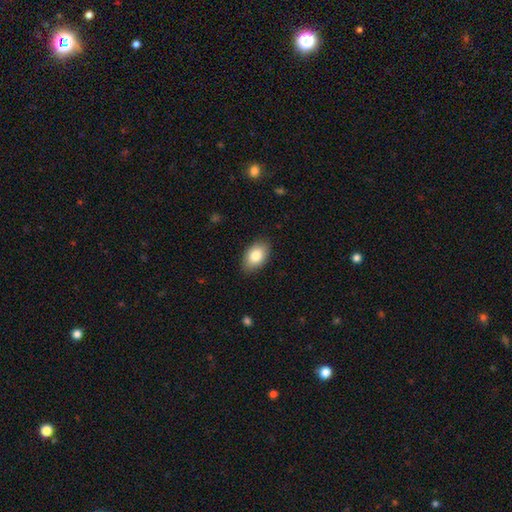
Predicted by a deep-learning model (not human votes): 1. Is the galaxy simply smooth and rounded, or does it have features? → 82% smooth, 11% featured or disk, 7% star or artifact.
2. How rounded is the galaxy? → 91% in between, 8% round, 1% cigar-shaped.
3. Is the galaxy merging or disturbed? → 86% none, 10% minor disturbance, 2% major disturbance, 1% merger.